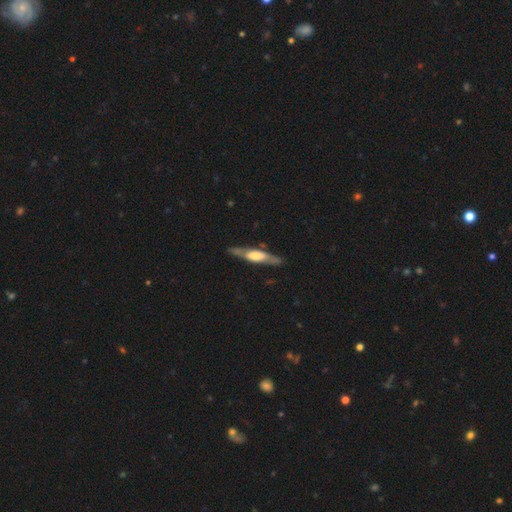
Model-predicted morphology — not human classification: This is likely a featured or disk galaxy (62%). It is clearly viewed edge-on (83%). Edge-on bulge: possibly rounded (48%). Merging: likely none (78%).